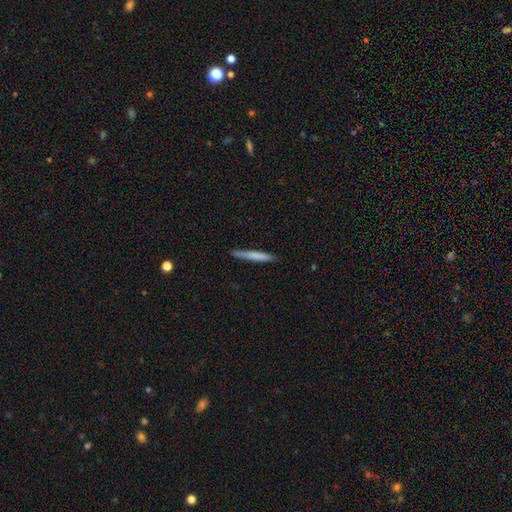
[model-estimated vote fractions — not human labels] Q: Smooth or featured?
A: smooth (72%); runner-up: featured or disk (22%)
Q: How rounded?
A: cigar-shaped (96%); runner-up: in between (3%)
Q: Merging?
A: none (88%); runner-up: minor disturbance (10%)